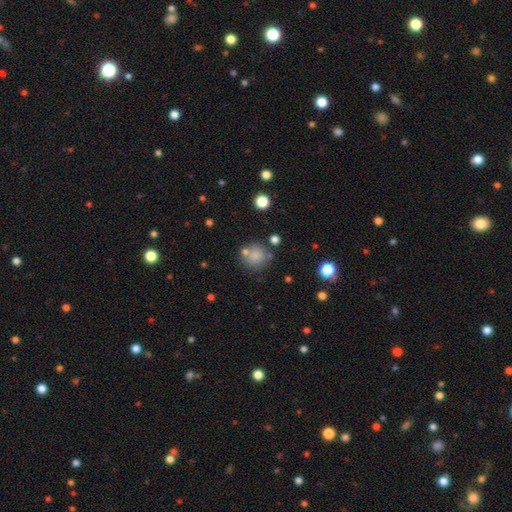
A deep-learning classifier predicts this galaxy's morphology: A smooth galaxy with no disk features (78%) that is round (88%).

Vote fractions:
- Smooth or featured? smooth: 78% / star or artifact: 13% / featured or disk: 9%
- How rounded? round: 88% / in between: 11% / cigar-shaped: 1%
- Merging? none: 70% / minor disturbance: 13% / merger: 12% / major disturbance: 5%